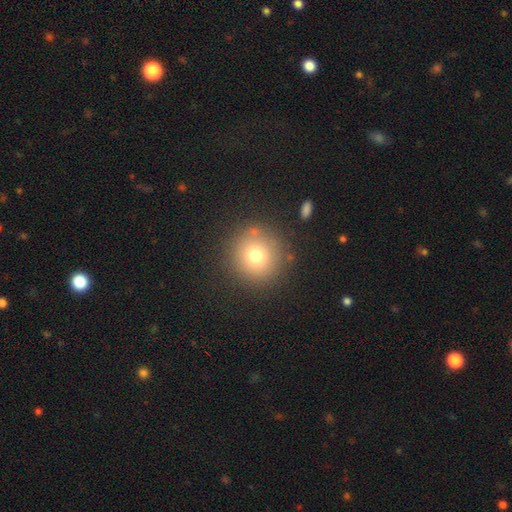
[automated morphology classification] smooth_or_featured: smooth (p=0.72) [alt: star or artifact p=0.15]
how_rounded: round (p=0.94) [alt: in between p=0.05]
merging: none (p=0.84) [alt: minor disturbance p=0.08]